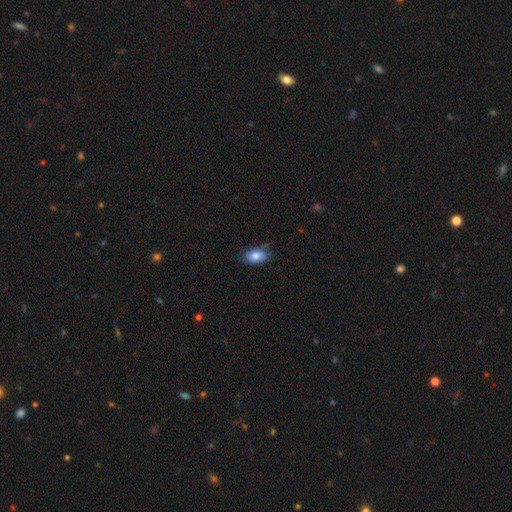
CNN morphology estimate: This appears to be a smooth galaxy with no disk features (81%) that is in between round and cigar-shaped (90%). Merging: none (72%).